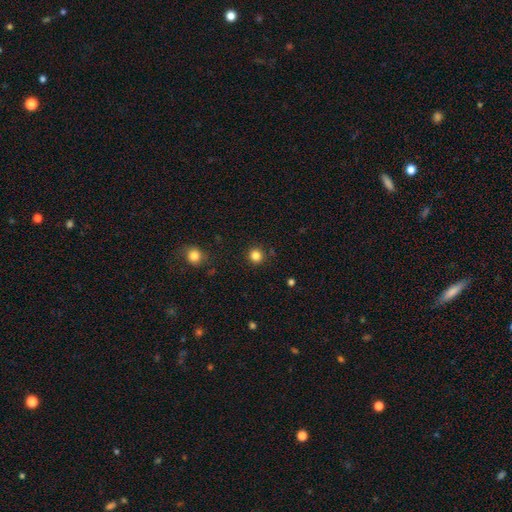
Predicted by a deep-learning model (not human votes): Q: Smooth or featured?
A: smooth (84%); runner-up: star or artifact (12%)
Q: How rounded?
A: round (93%); runner-up: in between (6%)
Q: Merging?
A: none (90%); runner-up: minor disturbance (6%)